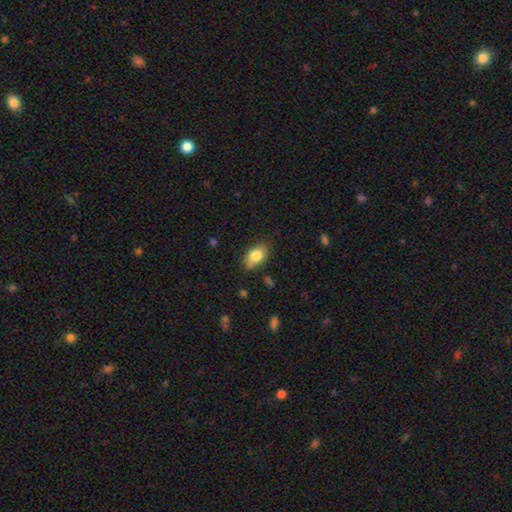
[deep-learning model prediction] The model was most divided on "merging": none: 76%, minor disturbance: 18%, major disturbance: 3%, merger: 2%. More confident: how rounded — in between (86%); smooth or featured — smooth (81%).